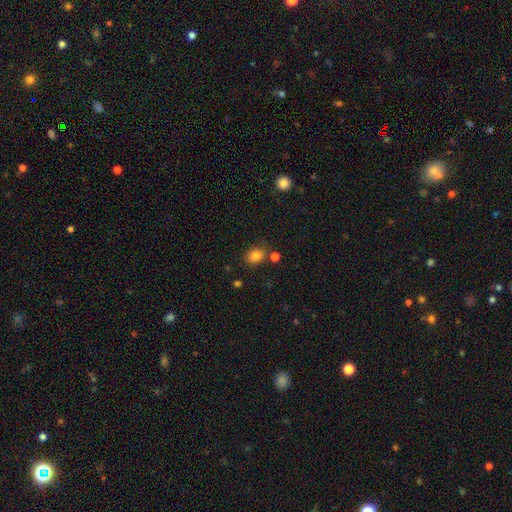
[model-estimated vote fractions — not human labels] smooth 82%, star or artifact 11%, featured or disk 6%. Down the decision tree: how rounded — in between (50%); merging — none (76%).